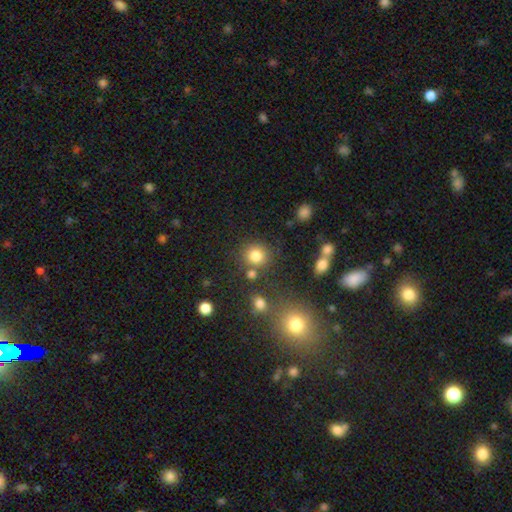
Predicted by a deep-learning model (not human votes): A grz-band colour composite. It shows a smooth galaxy with no disk features (80%) that is round (88%). Merging: none (74%).